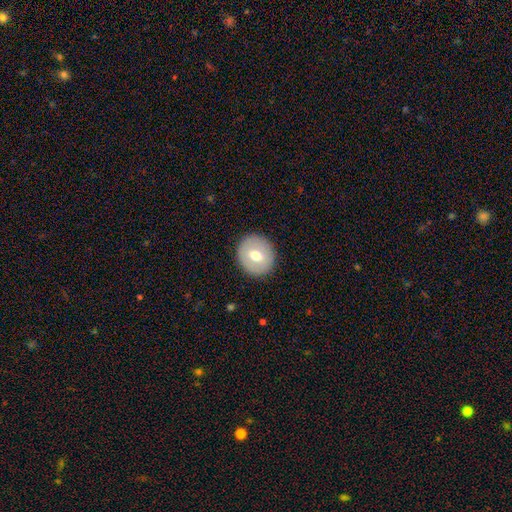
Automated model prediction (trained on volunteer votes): This appears to be a smooth galaxy with no disk features (63%) that is round (87%). Merging: none (90%).